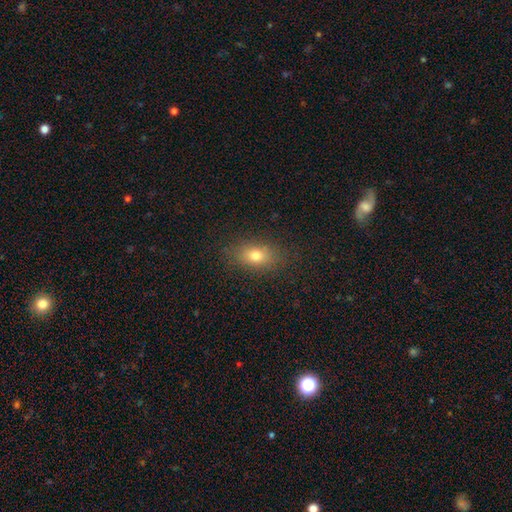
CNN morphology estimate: type=smooth (75%); roundness=in between (78%); merging=none (86%).